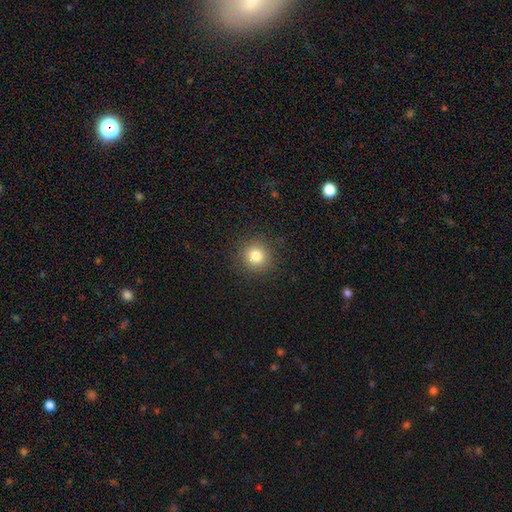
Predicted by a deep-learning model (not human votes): A smooth galaxy with no disk features (82%) that is round (92%).

Vote fractions:
- Smooth or featured? smooth: 82% / star or artifact: 12% / featured or disk: 6%
- How rounded? round: 92% / in between: 7% / cigar-shaped: 1%
- Merging? none: 90% / minor disturbance: 7% / major disturbance: 3% / merger: 1%